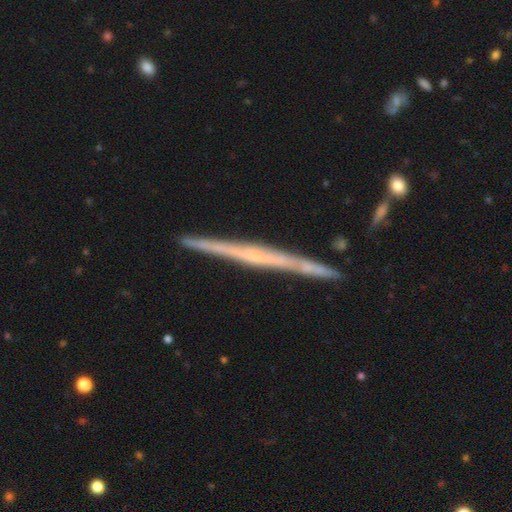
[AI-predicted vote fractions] Smooth or featured?
  - featured or disk: 73% *
  - smooth: 21%
  - star or artifact: 6%
Edge-on disk?
  - yes: 98% *
  - no: 2%
Edge-on bulge?
  - none: 71% *
  - rounded: 19%
  - boxy: 10%
Merging?
  - none: 89% *
  - minor disturbance: 8%
  - merger: 2%
  - major disturbance: 1%